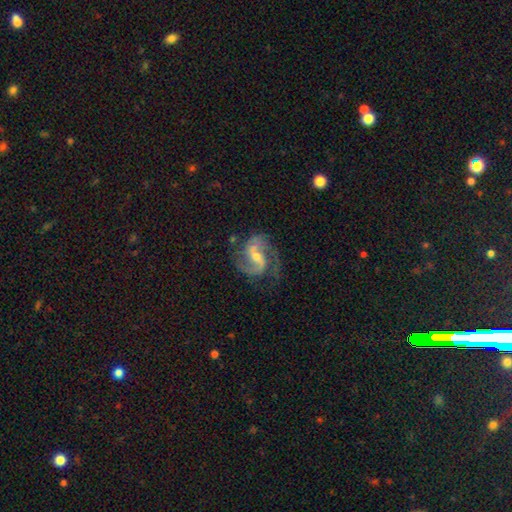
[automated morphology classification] A featured or disk galaxy (90%) with a weak bar (48%), 2 (89%) medium (58%) spiral arms (97%) and a small central bulge (50%). Merging: none (70%).